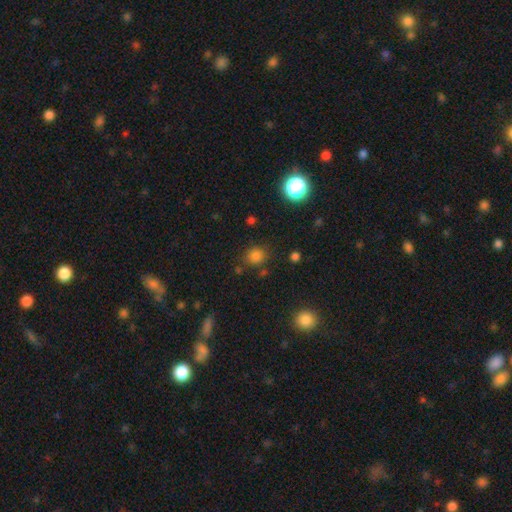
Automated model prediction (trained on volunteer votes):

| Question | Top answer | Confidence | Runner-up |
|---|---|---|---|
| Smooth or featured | smooth | 78% | star or artifact (18%) |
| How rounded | round | 73% | in between (26%) |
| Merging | none | 79% | minor disturbance (12%) |